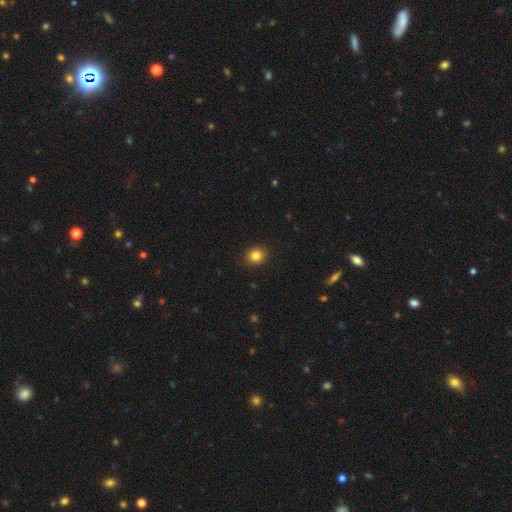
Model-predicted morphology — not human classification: Smooth or featured? smooth (83%)
How rounded? round (78%)
Merging? none (91%)